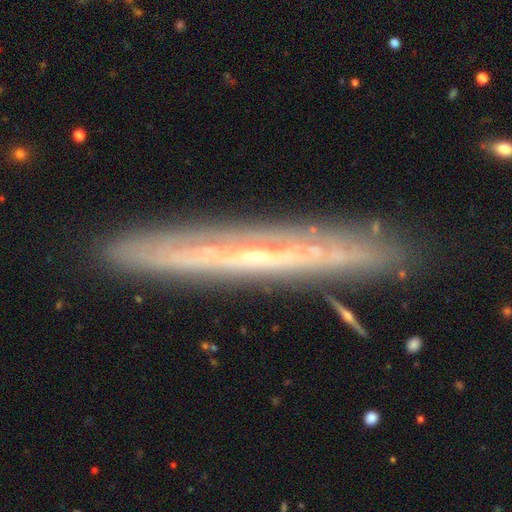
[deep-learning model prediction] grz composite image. It shows a featured or disk galaxy (76%) viewed edge-on (90%) with no central bulge (58%). Merging: none (88%).